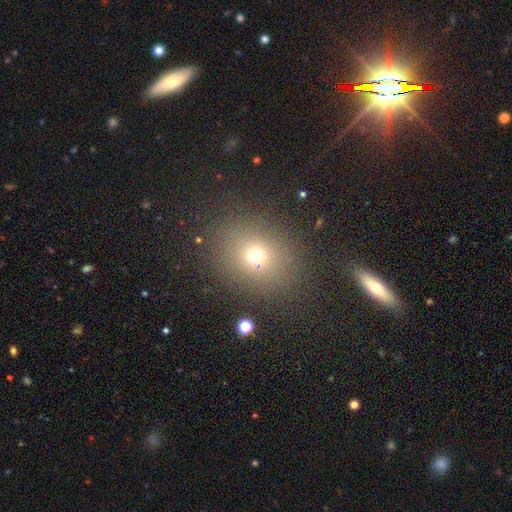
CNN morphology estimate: This appears to be a smooth galaxy with no disk features (69%) that is round (64%). Merging: none (83%).